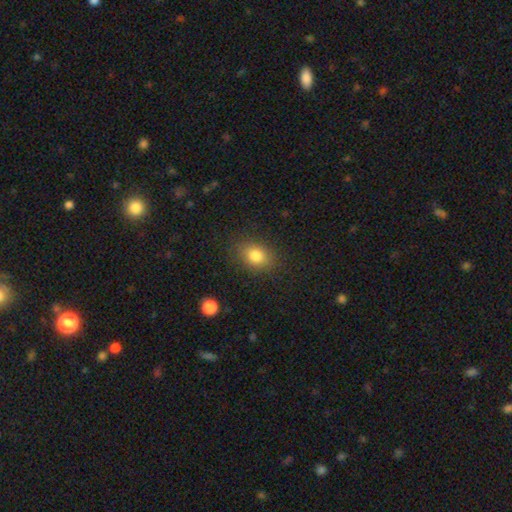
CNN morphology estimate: Q: Smooth or featured?
A: smooth (82%); runner-up: star or artifact (11%)
Q: How rounded?
A: in between (62%); runner-up: round (37%)
Q: Merging?
A: none (84%); runner-up: minor disturbance (11%)